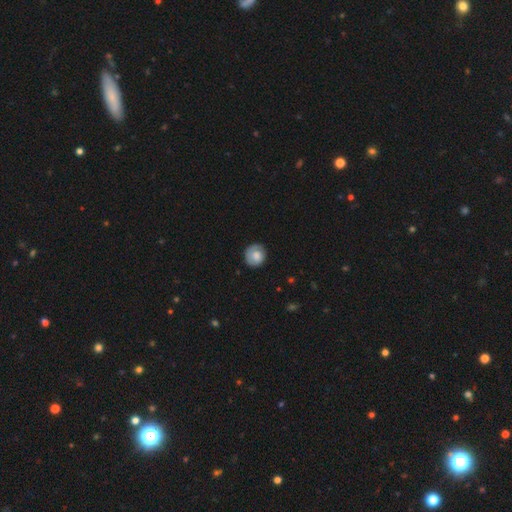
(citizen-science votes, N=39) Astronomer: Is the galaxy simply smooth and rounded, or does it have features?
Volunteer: smooth — 69%.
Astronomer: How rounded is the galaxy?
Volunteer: round — 96%.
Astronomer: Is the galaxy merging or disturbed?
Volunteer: none — 81%.